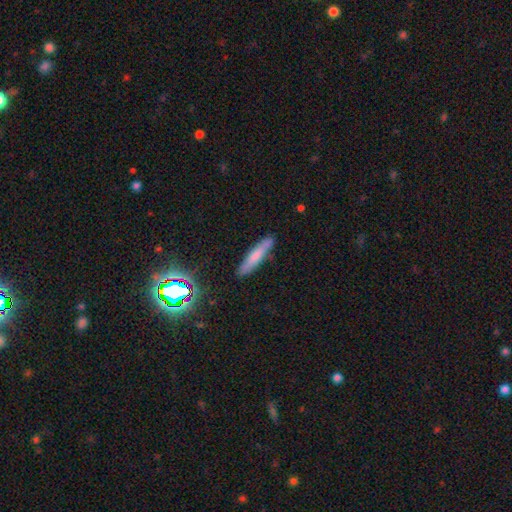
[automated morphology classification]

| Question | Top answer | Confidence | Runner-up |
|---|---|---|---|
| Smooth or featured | smooth | 67% | featured or disk (22%) |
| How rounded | cigar-shaped | 87% | in between (11%) |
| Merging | none | 81% | minor disturbance (13%) |